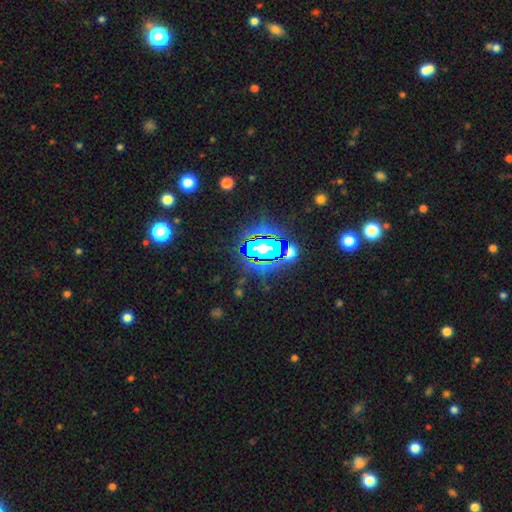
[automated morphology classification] star or artifact 67%, smooth 19%, featured or disk 15%.